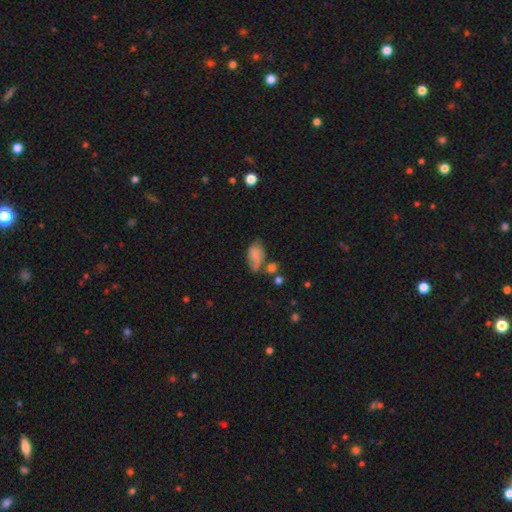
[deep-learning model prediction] Morphology: type=smooth (67%); roundness=in between (90%); merging=none (35%).